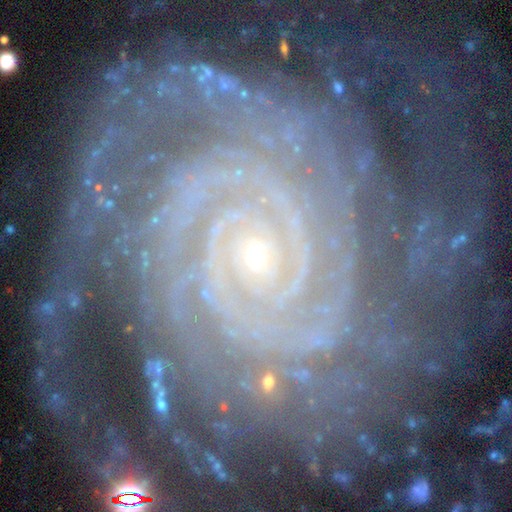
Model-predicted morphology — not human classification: The model was most divided on "spiral arm count": 2: 39%, can't tell: 15%, 3: 14%, 4: 12%, more than 4: 11%, 1: 9%. More confident: spiral arms — yes (99%); edge-on disk — no (98%); smooth or featured — featured or disk (92%); spiral winding — tight (85%); bulge size — small (80%); merging — none (72%); bar — no (71%).